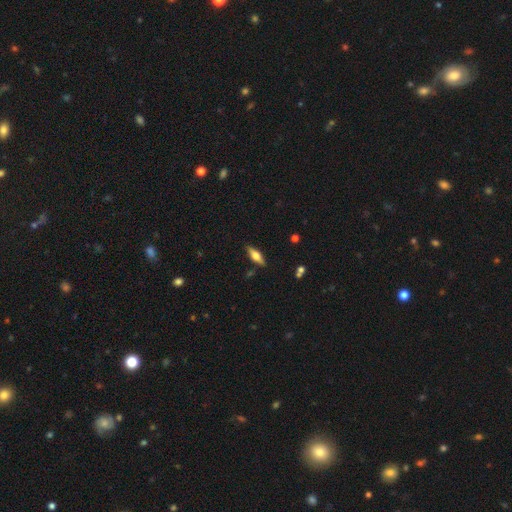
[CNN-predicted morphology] Q: Smooth or featured?
A: featured or disk (49%); runner-up: smooth (44%)
Q: Merging?
A: none (86%); runner-up: minor disturbance (10%)